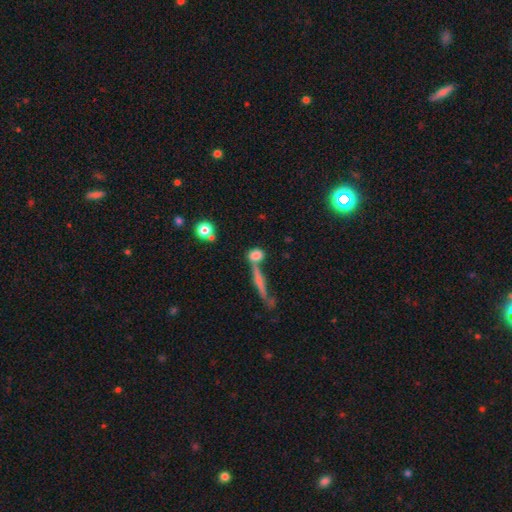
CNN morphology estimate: A smooth galaxy with no disk features (74%) that is round (45%).

Vote fractions:
- Smooth or featured? smooth: 74% / featured or disk: 16% / star or artifact: 11%
- How rounded? round: 45% / in between: 41% / cigar-shaped: 14%
- Merging? none: 53% / merger: 29% / minor disturbance: 12% / major disturbance: 5%